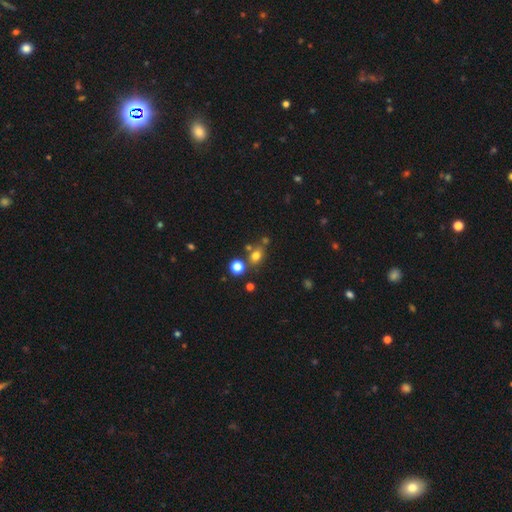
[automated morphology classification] Q: Smooth or featured?
A: smooth (73%); runner-up: star or artifact (18%)
Q: How rounded?
A: round (52%); runner-up: in between (47%)
Q: Merging?
A: none (66%); runner-up: merger (17%)